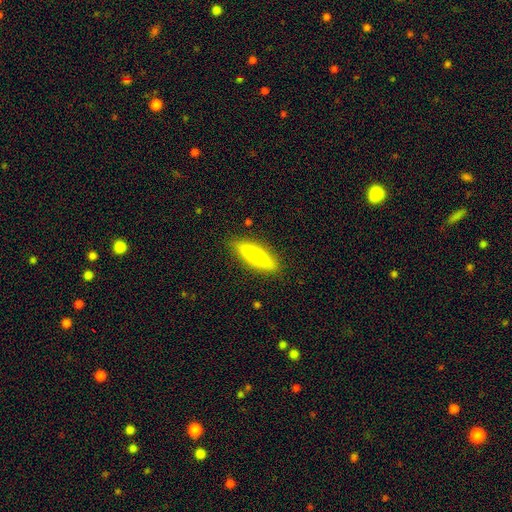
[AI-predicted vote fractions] A smooth galaxy with no disk features (76%) that is cigar-shaped (81%). Merging: none (88%).